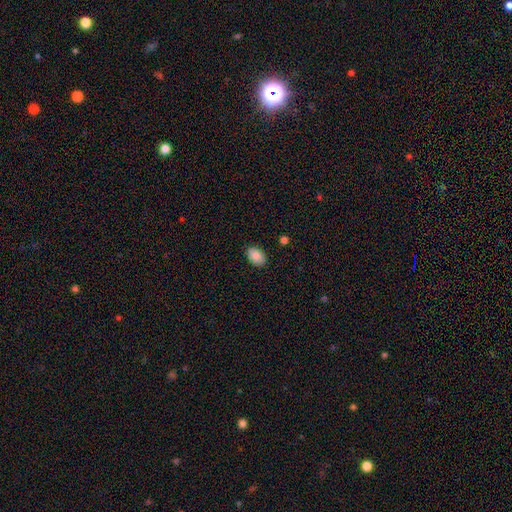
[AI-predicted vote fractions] Smooth or featured: smooth — 87% (star or artifact — 7%)
How rounded: in between — 83% (round — 16%)
Merging: none — 87% (minor disturbance — 10%)